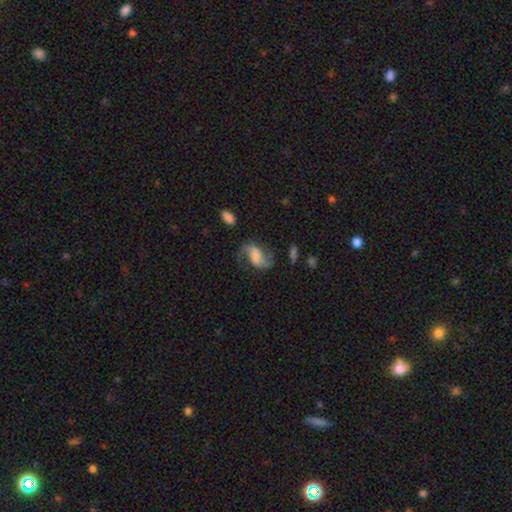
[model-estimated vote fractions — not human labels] Smooth or featured: featured or disk — 75% (smooth — 17%)
Edge-on disk: no — 97% (yes — 3%)
Bar: weak — 42% (no — 33%)
Spiral arms: yes — 94% (no — 6%)
Spiral winding: loose — 64% (medium — 30%)
Spiral arm count: 2 — 89% (1 — 5%)
Bulge size: none — 35% (large — 23%)
Merging: none — 65% (minor disturbance — 18%)